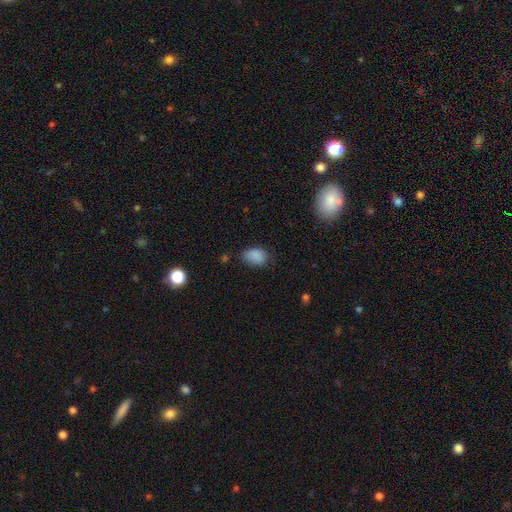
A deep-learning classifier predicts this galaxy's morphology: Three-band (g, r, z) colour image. It shows a smooth galaxy with no disk features (86%) that is in between round and cigar-shaped (78%). Merging: none (66%).